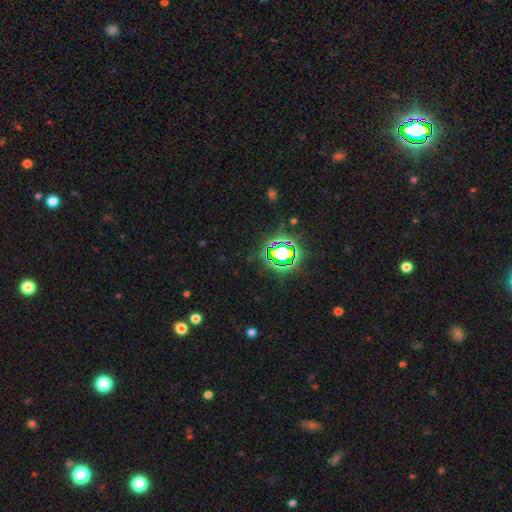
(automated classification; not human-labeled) Morphology: type=star or artifact (79%).